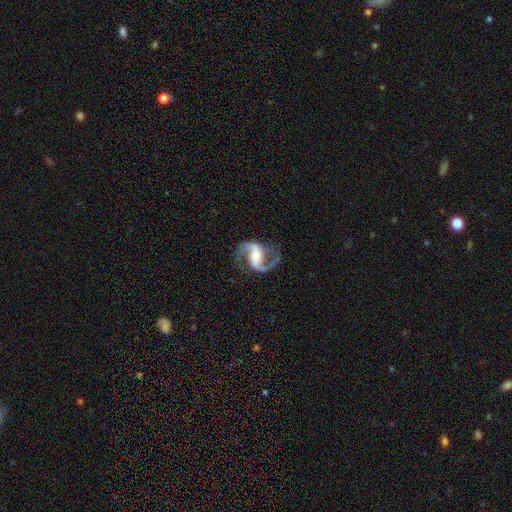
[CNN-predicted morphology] Overall: featured or disk (93%). Edge-on disk: no (98%). Bar: strong (43%; weak 36%). Spiral arms: yes (98%). Spiral arm count: 2 (94%). Spiral winding: medium (53%; loose 38%). Bulge size: moderate (51%; small 35%). Merging: none (81%).